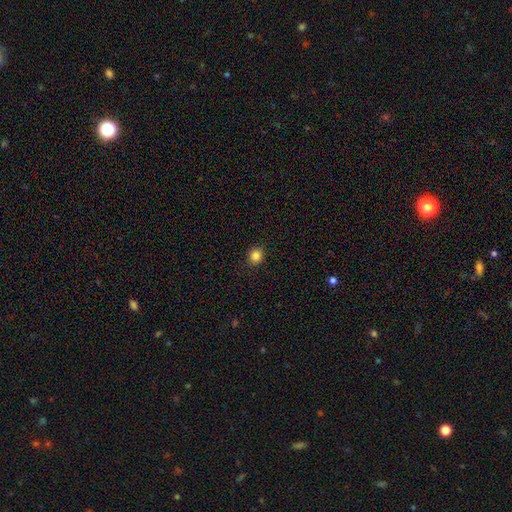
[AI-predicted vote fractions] Smooth or featured? smooth (85%)
How rounded? round (83%)
Merging? none (91%)